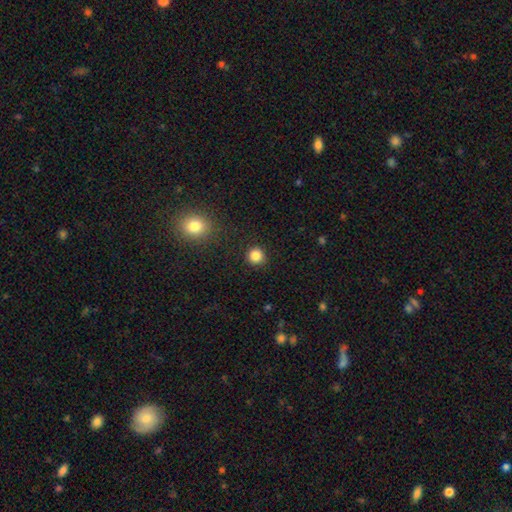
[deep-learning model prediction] Smooth or featured: smooth — 84% (star or artifact — 12%)
How rounded: round — 94% (in between — 5%)
Merging: none — 91% (minor disturbance — 6%)